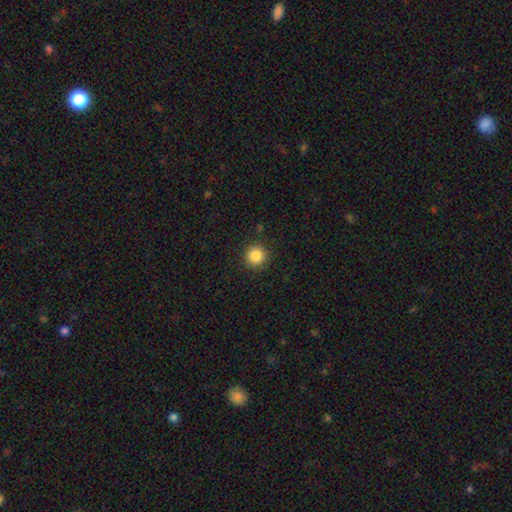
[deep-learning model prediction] This appears to be a smooth galaxy with no disk features (85%) that is round (95%). Merging: none (92%).